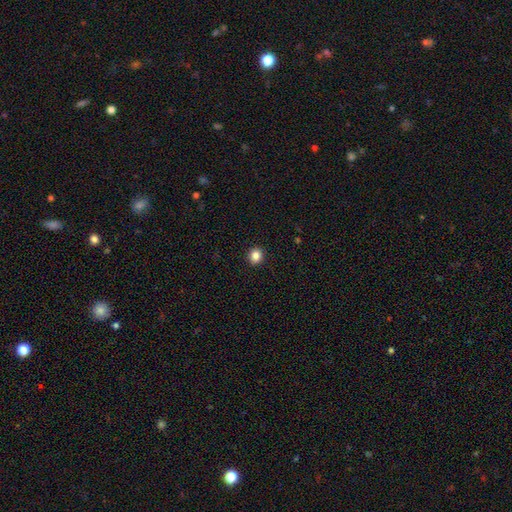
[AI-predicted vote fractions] smooth-or-featured: smooth: 84% | star or artifact: 11% | featured or disk: 5%
  how-rounded: round: 87% | in between: 12% | cigar-shaped: 1%
  merging: none: 93% | minor disturbance: 5% | major disturbance: 2% | merger: 1%